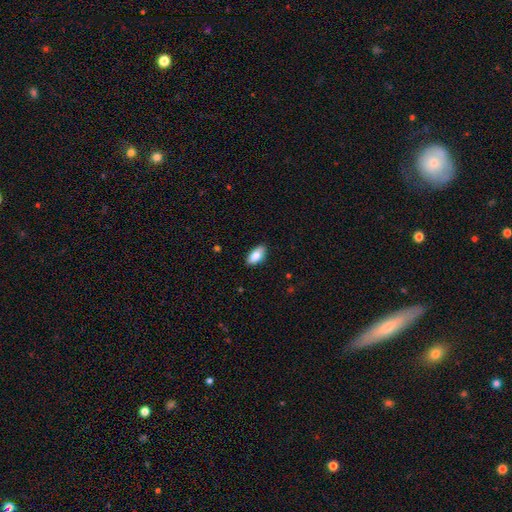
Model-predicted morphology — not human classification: smooth_or_featured: smooth (p=0.83) [alt: featured or disk p=0.11]
how_rounded: in between (p=0.91) [alt: cigar-shaped p=0.07]
merging: none (p=0.87) [alt: minor disturbance p=0.10]